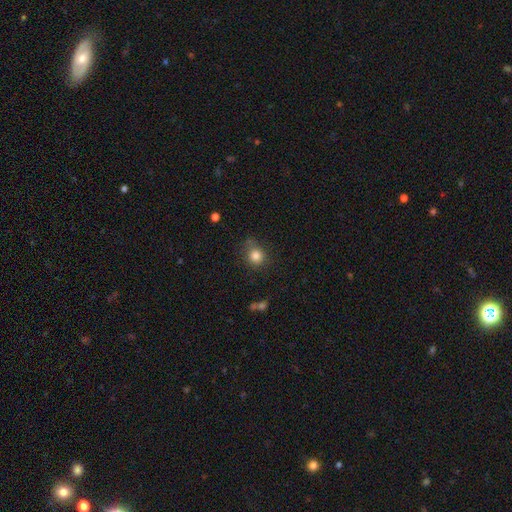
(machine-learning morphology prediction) Smooth or featured: smooth — 83% (star or artifact — 11%)
How rounded: round — 84% (in between — 15%)
Merging: none — 70% (minor disturbance — 20%)